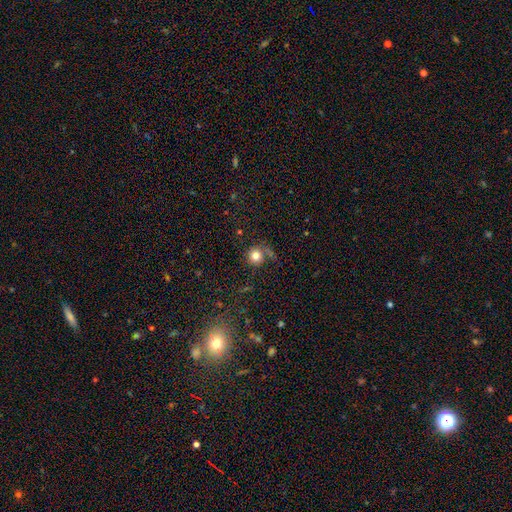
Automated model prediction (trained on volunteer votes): Smooth or featured? smooth (78%)
How rounded? round (92%)
Merging? none (67%)